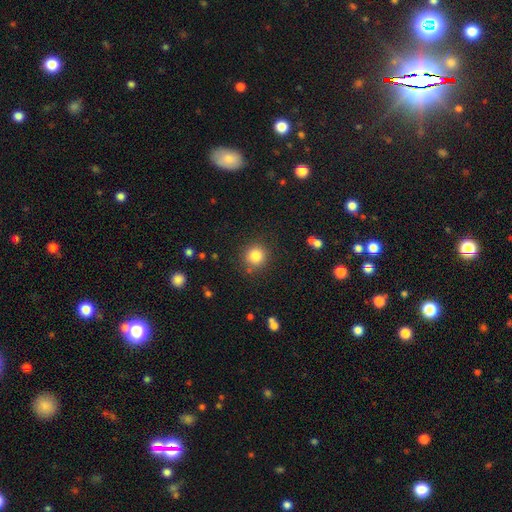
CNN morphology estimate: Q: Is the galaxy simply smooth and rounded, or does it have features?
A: smooth — 82%.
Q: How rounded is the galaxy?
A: round — 92%.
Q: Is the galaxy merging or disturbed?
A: none — 85%.